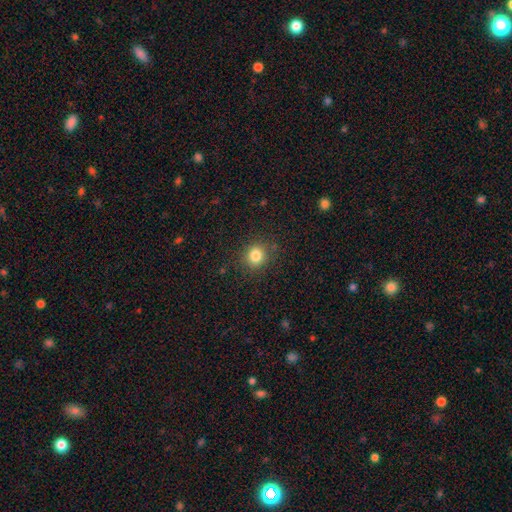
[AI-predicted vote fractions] The model was most divided on "how rounded": round: 82%, in between: 17%, cigar-shaped: 1%. More confident: merging — none (87%); smooth or featured — smooth (83%).